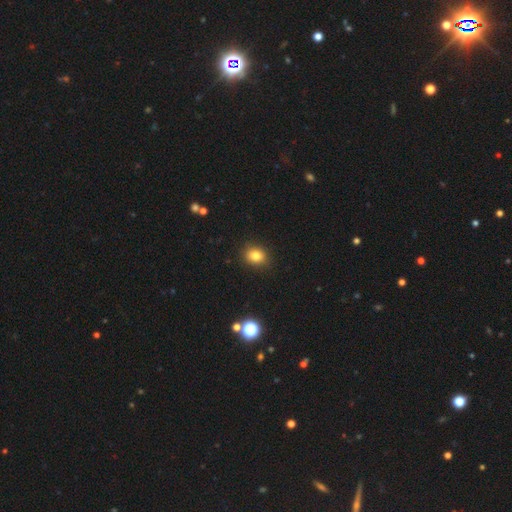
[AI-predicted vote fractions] Smooth or featured? Predicted: smooth (p=0.81). How rounded? Predicted: round (p=0.61). Merging? Predicted: none (p=0.88).